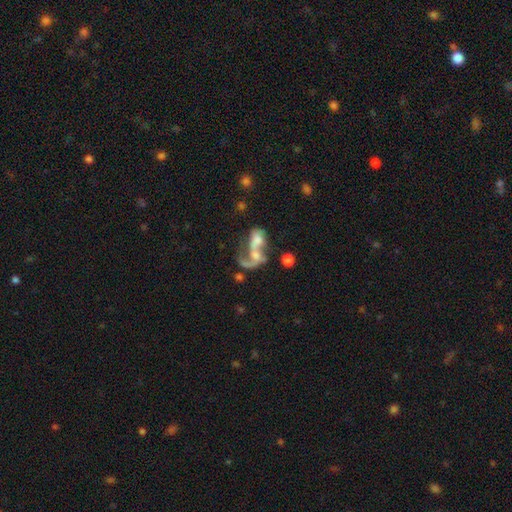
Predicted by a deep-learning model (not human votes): Smooth or featured? featured or disk (60%)
Edge-on disk? no (96%)
Bar? no (67%)
Spiral arms? yes (63%)
Bulge size? moderate (32%)
Merging? merger (61%)